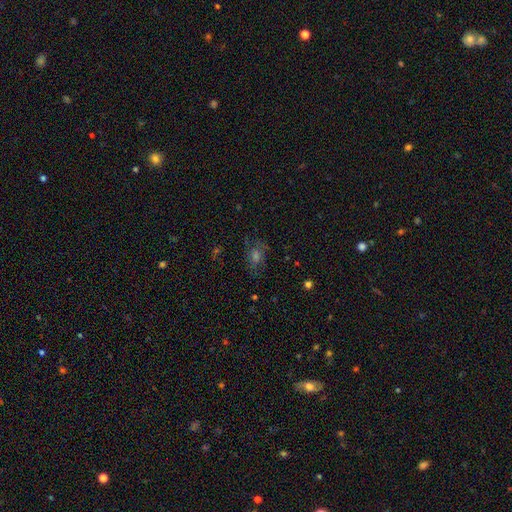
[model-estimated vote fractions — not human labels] Smooth or featured? smooth (37%)
Merging? none (68%)